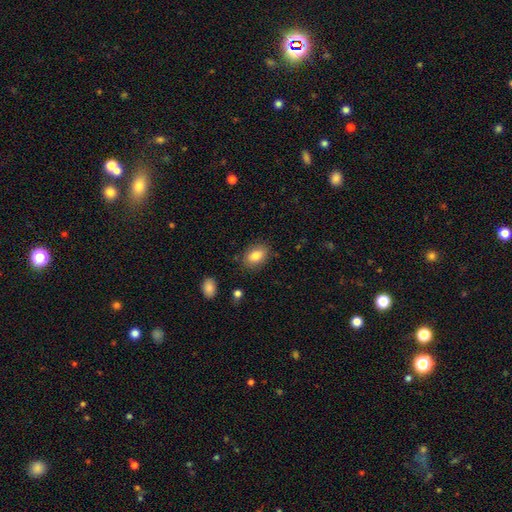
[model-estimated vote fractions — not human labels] This is clearly a smooth galaxy (84%). How rounded: clearly in between (84%). Merging: clearly none (83%).